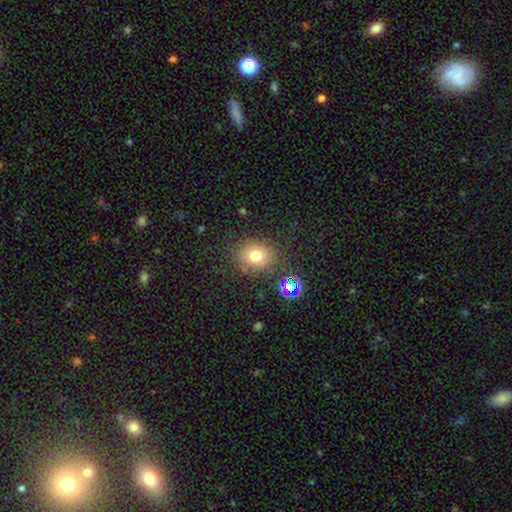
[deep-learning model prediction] The model was most divided on "how rounded": round: 63%, in between: 36%, cigar-shaped: 1%. More confident: merging — none (78%); smooth or featured — smooth (74%).